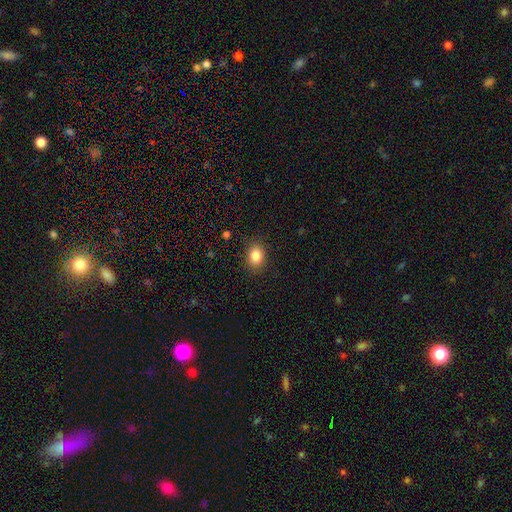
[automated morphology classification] smooth-or-featured: smooth: 84% | star or artifact: 10% | featured or disk: 6%
  how-rounded: in between: 53% | round: 46% | cigar-shaped: 1%
  merging: none: 87% | minor disturbance: 10% | major disturbance: 3% | merger: 1%